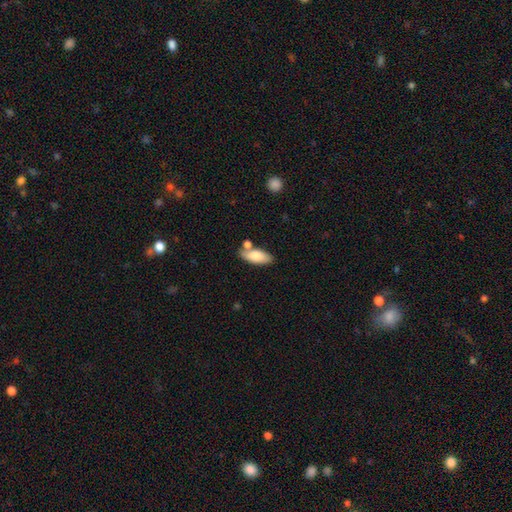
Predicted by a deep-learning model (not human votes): Smooth or featured?
  - smooth: 77% *
  - featured or disk: 16%
  - star or artifact: 6%
How rounded?
  - in between: 81% *
  - cigar-shaped: 17%
  - round: 3%
Merging?
  - none: 65% *
  - merger: 16%
  - minor disturbance: 15%
  - major disturbance: 4%